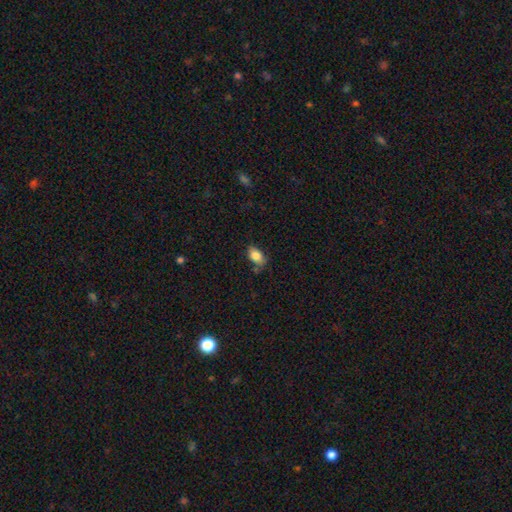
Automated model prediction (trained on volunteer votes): Overall: smooth (85%). How rounded: in between (89%). Merging: none (67%).